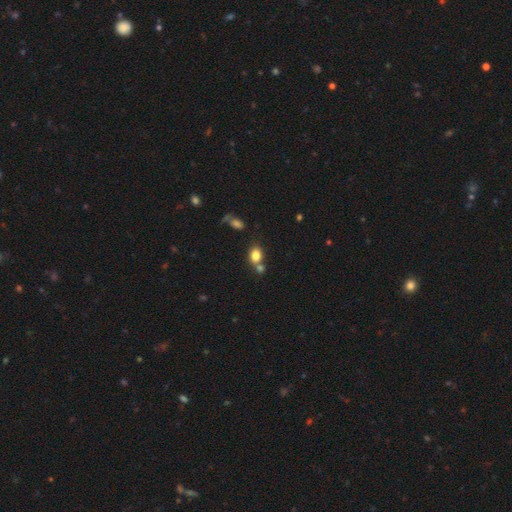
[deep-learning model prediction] smooth_or_featured: smooth (p=0.80) [alt: star or artifact p=0.11]
how_rounded: in between (p=0.55) [alt: round p=0.43]
merging: none (p=0.52) [alt: merger p=0.32]